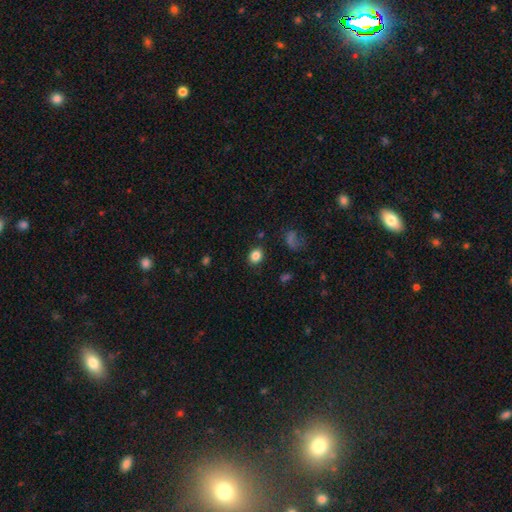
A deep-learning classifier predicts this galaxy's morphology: The model was most divided on "how rounded": round: 55%, in between: 44%, cigar-shaped: 1%. More confident: merging — none (86%); smooth or featured — smooth (85%).